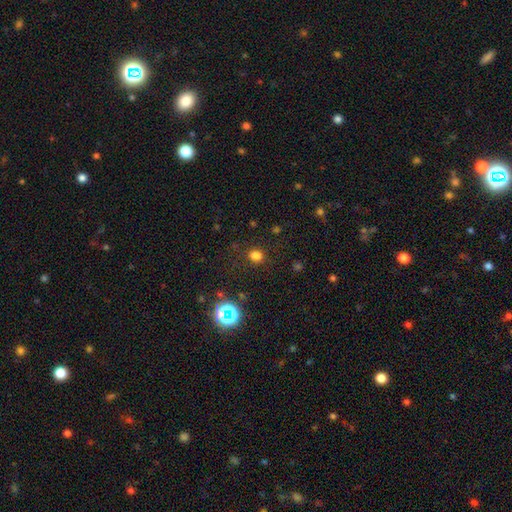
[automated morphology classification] The model was most divided on "how rounded": round: 59%, in between: 40%, cigar-shaped: 1%. More confident: merging — none (79%); smooth or featured — smooth (73%).